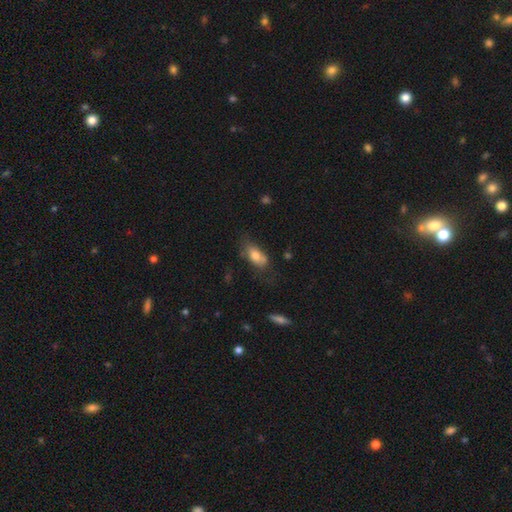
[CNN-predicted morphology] Smooth or featured: smooth — 73% (featured or disk — 19%)
How rounded: in between — 86% (cigar-shaped — 9%)
Merging: none — 49% (minor disturbance — 31%)